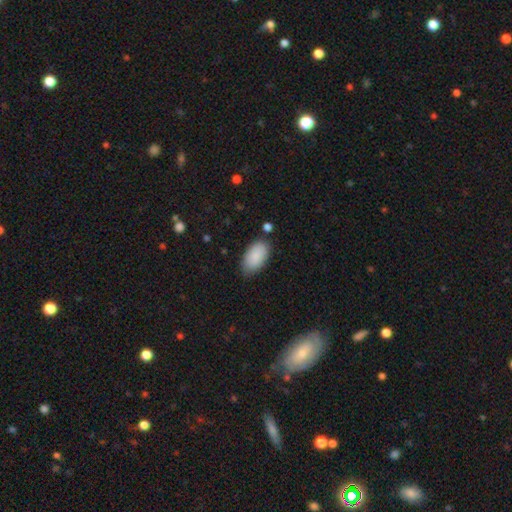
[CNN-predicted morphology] This is clearly a smooth galaxy (89%). How rounded: clearly in between (95%). Merging: likely none (79%).